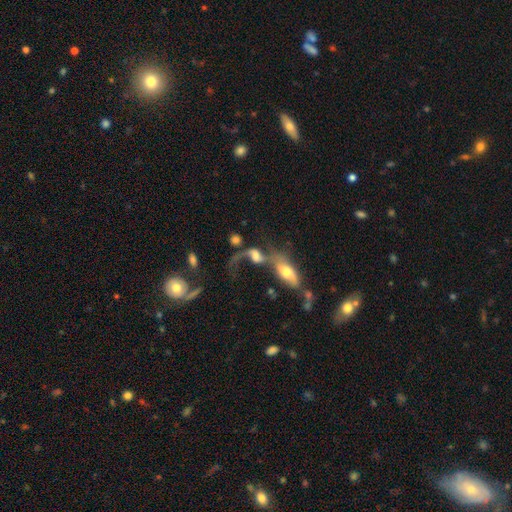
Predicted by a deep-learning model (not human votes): Smooth or featured? featured or disk (57%)
Edge-on disk? no (89%)
Bar? no (56%)
Spiral arms? yes (74%)
Bulge size? moderate (41%)
Merging? merger (61%)